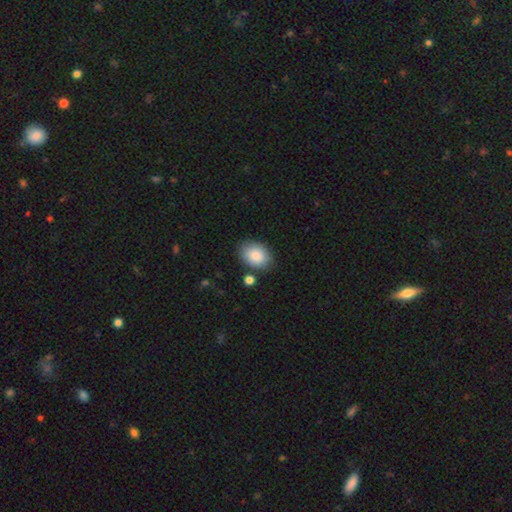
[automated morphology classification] This is clearly a smooth galaxy (87%). How rounded: likely in between (75%). Merging: likely none (79%).